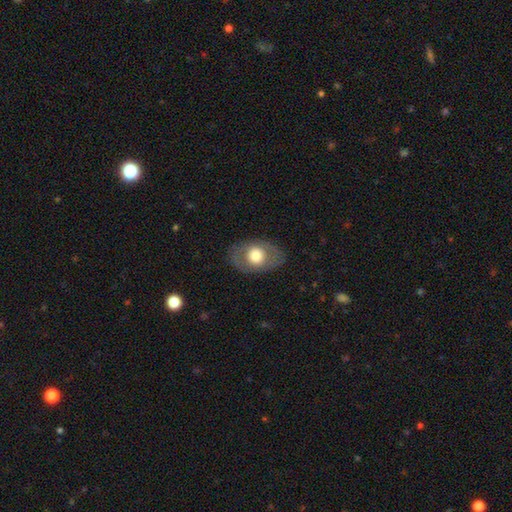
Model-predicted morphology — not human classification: A smooth galaxy with no disk features (58%) that is in between round and cigar-shaped (72%).

Vote fractions:
- Smooth or featured? smooth: 58% / featured or disk: 35% / star or artifact: 7%
- How rounded? in between: 72% / round: 27% / cigar-shaped: 1%
- Merging? none: 80% / minor disturbance: 12% / major disturbance: 7% / merger: 1%